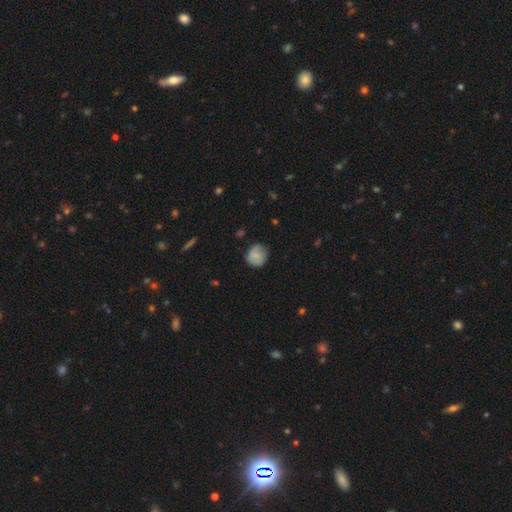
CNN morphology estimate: smooth 76%, featured or disk 16%, star or artifact 8%. Down the decision tree: how rounded — round (83%); merging — none (67%).